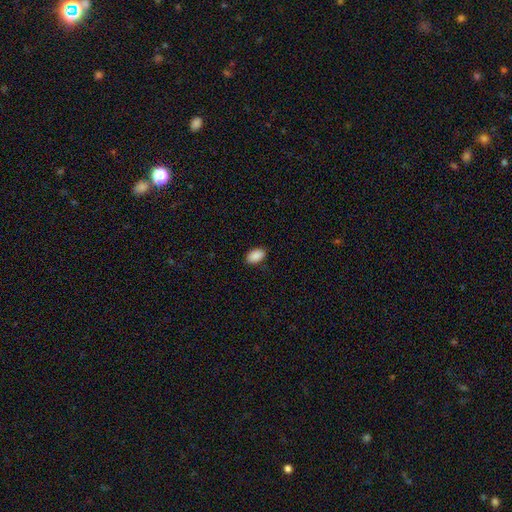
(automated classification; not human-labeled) smooth_or_featured: smooth (p=0.90) [alt: star or artifact p=0.07]
how_rounded: in between (p=0.93) [alt: round p=0.05]
merging: none (p=0.88) [alt: minor disturbance p=0.09]